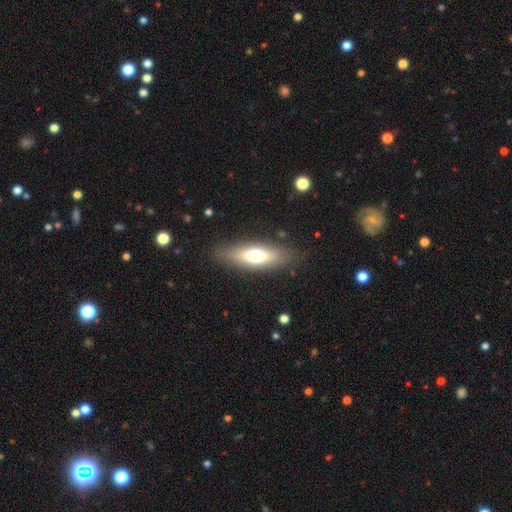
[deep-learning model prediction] Smooth or featured? Predicted: smooth (p=0.60). How rounded? Predicted: in between (p=0.55). Merging? Predicted: none (p=0.84).